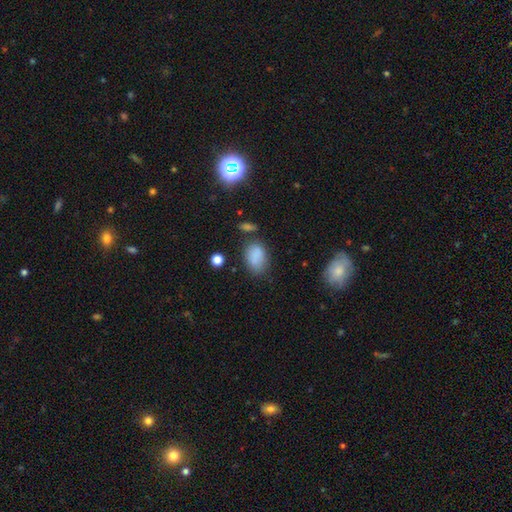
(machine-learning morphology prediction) Smooth or featured? smooth (84%)
How rounded? in between (84%)
Merging? none (64%)